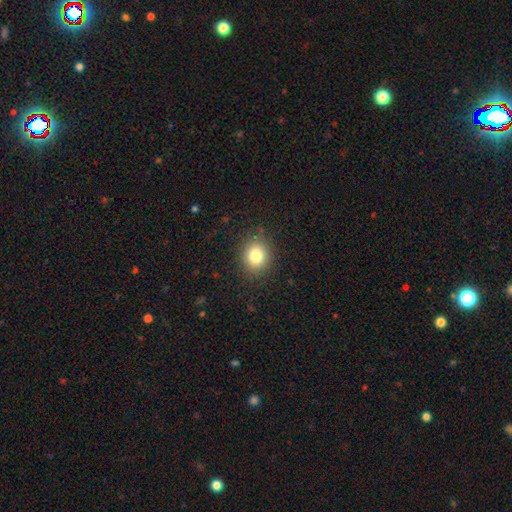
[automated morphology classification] Smooth or featured? Predicted: smooth (p=0.81). How rounded? Predicted: round (p=0.73). Merging? Predicted: none (p=0.87).